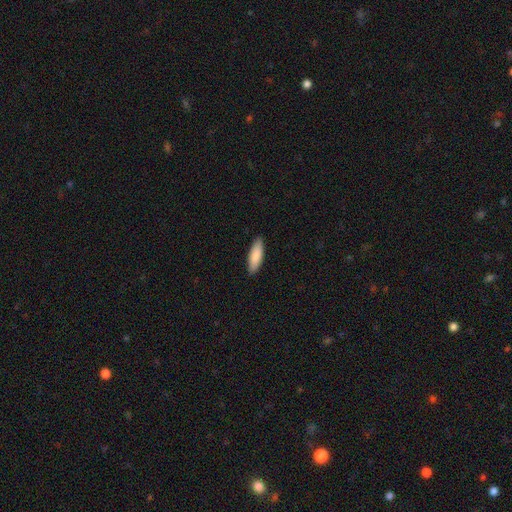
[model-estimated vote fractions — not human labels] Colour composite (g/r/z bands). It shows a smooth galaxy with no disk features (88%) that is in between round and cigar-shaped (53%). Merging: none (90%).